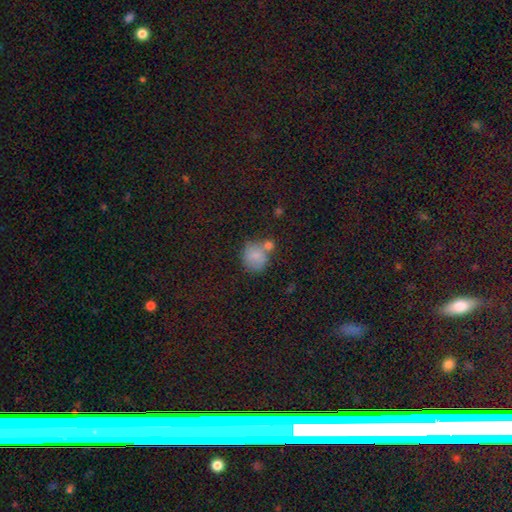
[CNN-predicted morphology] smooth_or_featured: smooth (p=0.76) [alt: star or artifact p=0.13]
how_rounded: round (p=0.78) [alt: in between p=0.21]
merging: none (p=0.47) [alt: merger p=0.28]